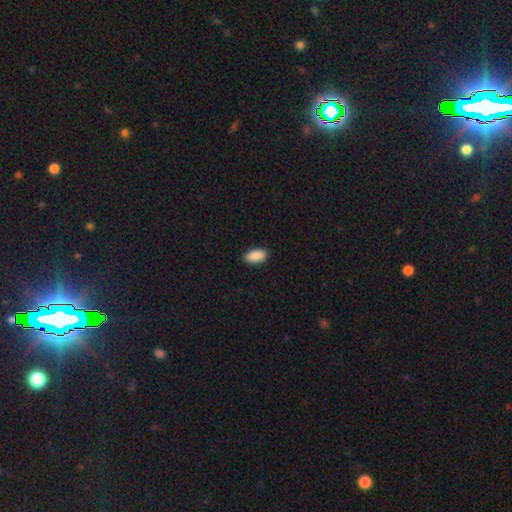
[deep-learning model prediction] Smooth or featured? Predicted: smooth (p=0.91). How rounded? Predicted: in between (p=0.94). Merging? Predicted: none (p=0.90).